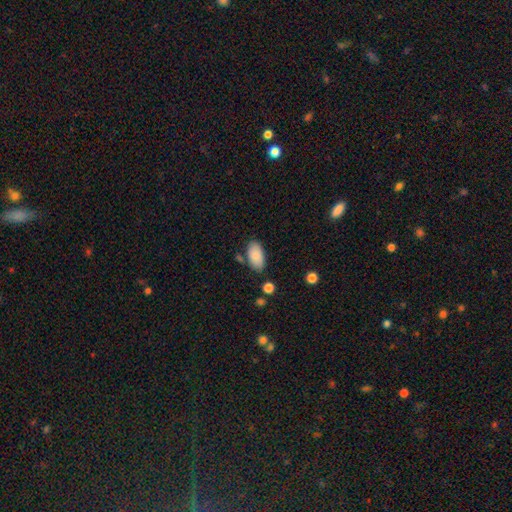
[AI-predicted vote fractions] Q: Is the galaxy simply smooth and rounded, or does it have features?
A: smooth — 87%.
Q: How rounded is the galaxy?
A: in between — 95%.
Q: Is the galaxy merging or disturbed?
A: none — 77%.